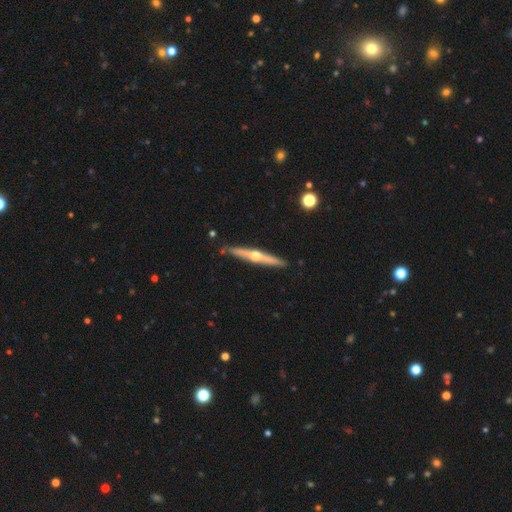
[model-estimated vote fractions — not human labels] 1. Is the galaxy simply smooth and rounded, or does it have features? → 73% featured or disk, 22% smooth, 5% star or artifact.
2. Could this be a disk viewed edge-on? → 97% yes, 3% no.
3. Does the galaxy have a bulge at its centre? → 92% rounded, 6% none, 2% boxy.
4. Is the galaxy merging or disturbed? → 89% none, 8% minor disturbance, 2% merger, 1% major disturbance.